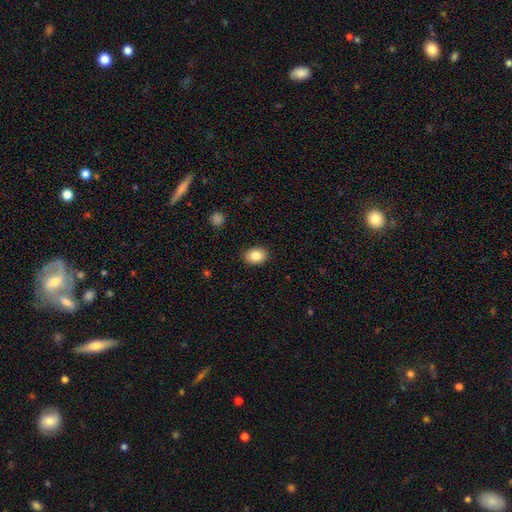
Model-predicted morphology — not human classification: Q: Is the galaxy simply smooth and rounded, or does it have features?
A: smooth — 85%.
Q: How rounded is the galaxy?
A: in between — 73%.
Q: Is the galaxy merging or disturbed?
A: none — 89%.